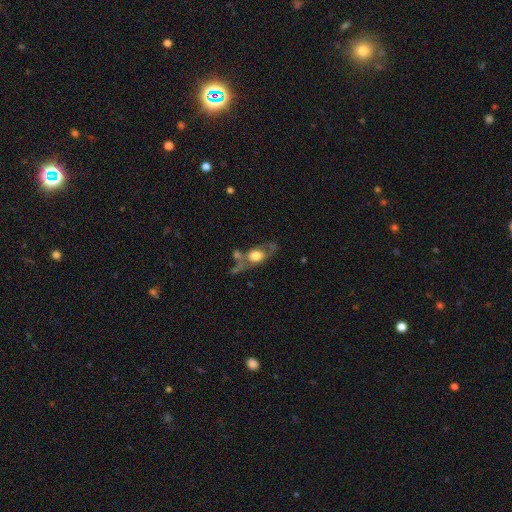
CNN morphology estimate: Smooth or featured?
  - smooth: 49% *
  - featured or disk: 43%
  - star or artifact: 8%
Merging?
  - none: 36% *
  - merger: 25%
  - major disturbance: 21%
  - minor disturbance: 18%